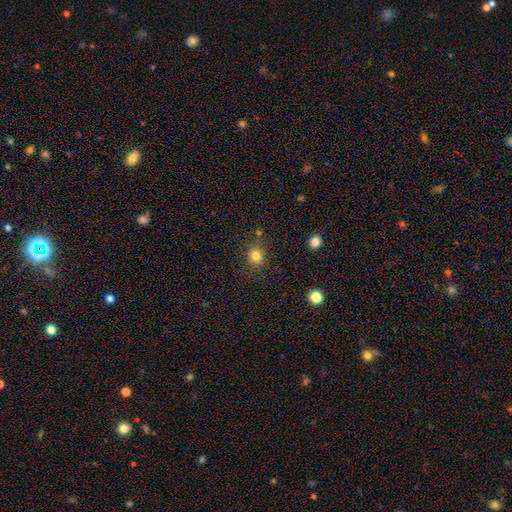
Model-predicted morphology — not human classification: A smooth galaxy with no disk features (80%) that is round (79%).

Vote fractions:
- Smooth or featured? smooth: 80% / star or artifact: 13% / featured or disk: 6%
- How rounded? round: 79% / in between: 20% / cigar-shaped: 1%
- Merging? none: 82% / minor disturbance: 11% / merger: 4% / major disturbance: 3%